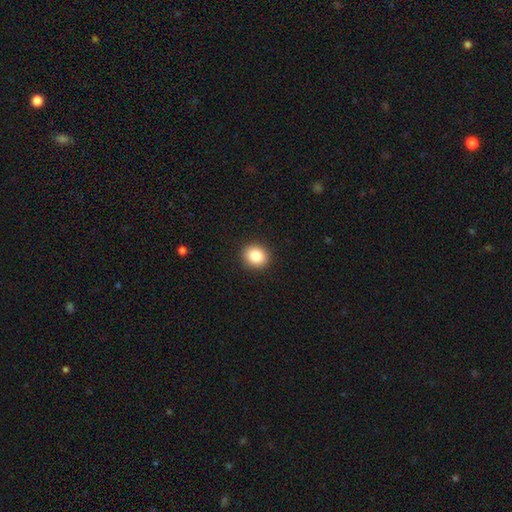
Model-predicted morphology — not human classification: smooth 86%, star or artifact 9%, featured or disk 5%. Down the decision tree: how rounded — round (79%); merging — none (92%).